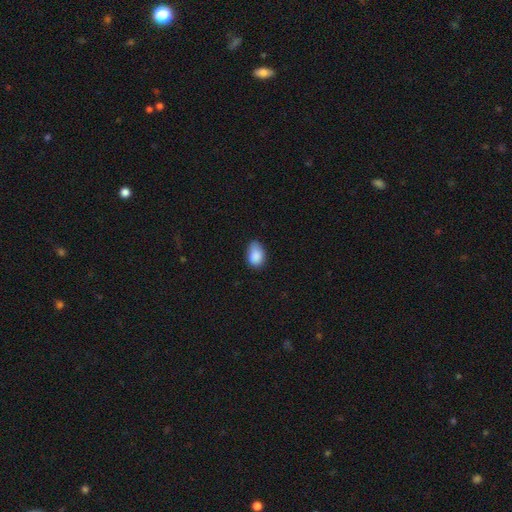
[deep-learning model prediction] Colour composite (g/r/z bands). It shows a smooth galaxy with no disk features (87%) that is in between round and cigar-shaped (84%). Merging: none (60%).